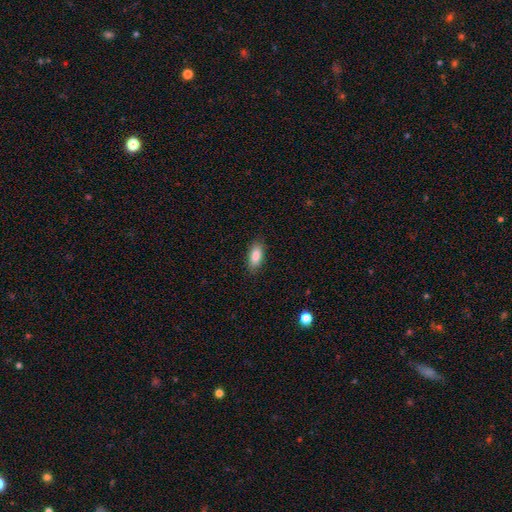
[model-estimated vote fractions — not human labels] Smooth or featured? Predicted: smooth (p=0.87). How rounded? Predicted: in between (p=0.86). Merging? Predicted: none (p=0.86).